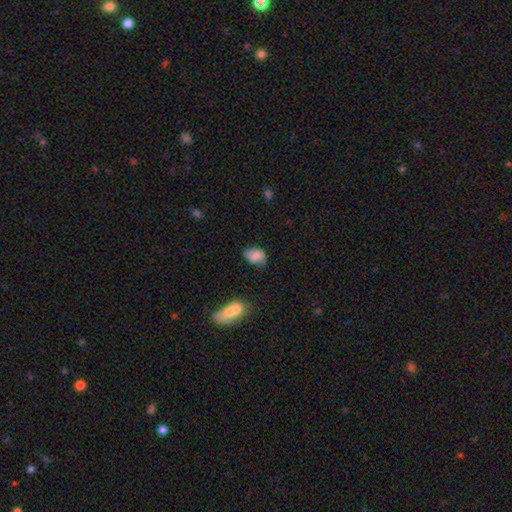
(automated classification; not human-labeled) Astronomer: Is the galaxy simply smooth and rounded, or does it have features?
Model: smooth — 72%.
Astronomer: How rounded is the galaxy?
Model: in between — 78%.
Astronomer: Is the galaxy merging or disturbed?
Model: none — 56% (runner-up: minor disturbance, 32%).